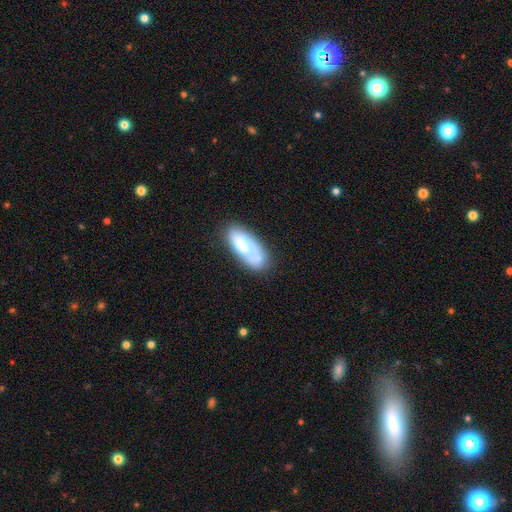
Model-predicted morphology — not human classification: A smooth galaxy with no disk features (58%) that is in between round and cigar-shaped (82%).

Vote fractions:
- Smooth or featured? smooth: 58% / featured or disk: 35% / star or artifact: 7%
- How rounded? in between: 82% / cigar-shaped: 15% / round: 3%
- Merging? none: 55% / minor disturbance: 24% / major disturbance: 12% / merger: 9%